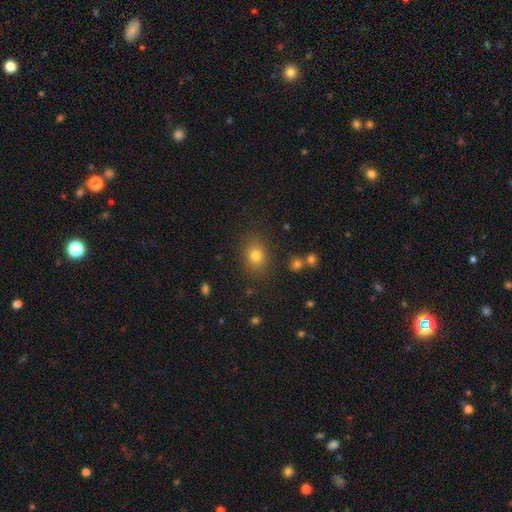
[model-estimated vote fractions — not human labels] smooth_or_featured: smooth (p=0.78) [alt: star or artifact p=0.13]
how_rounded: in between (p=0.56) [alt: round p=0.43]
merging: none (p=0.83) [alt: minor disturbance p=0.11]